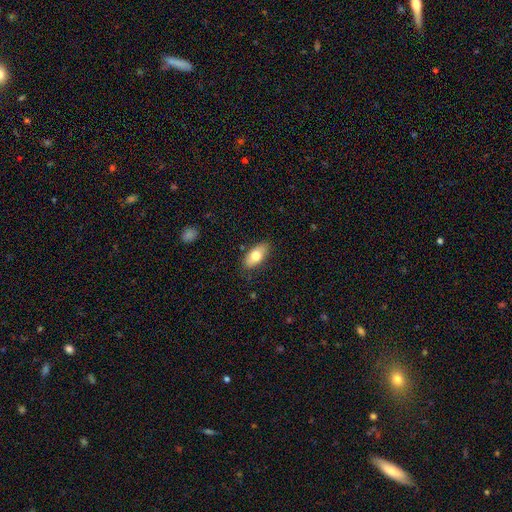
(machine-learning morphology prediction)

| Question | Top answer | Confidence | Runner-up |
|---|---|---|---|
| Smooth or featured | smooth | 74% | featured or disk (19%) |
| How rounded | in between | 89% | cigar-shaped (7%) |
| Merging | none | 83% | minor disturbance (13%) |